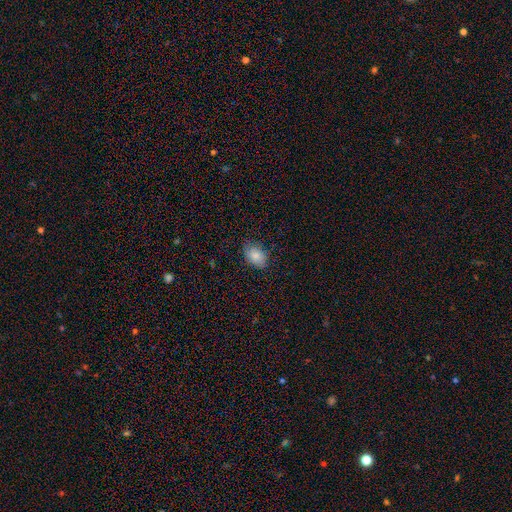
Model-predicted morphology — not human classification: This appears to be a smooth galaxy with no disk features (85%) that is in between round and cigar-shaped (84%). Merging: none (82%).